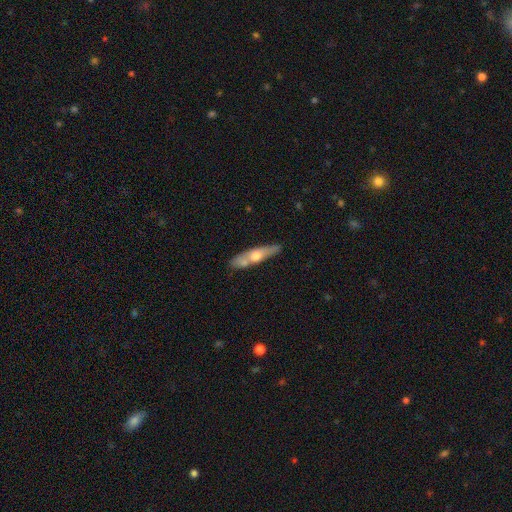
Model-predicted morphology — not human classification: featured or disk 55%, smooth 39%, star or artifact 6%. Down the decision tree: edge-on disk — yes (81%); merging — none (70%).